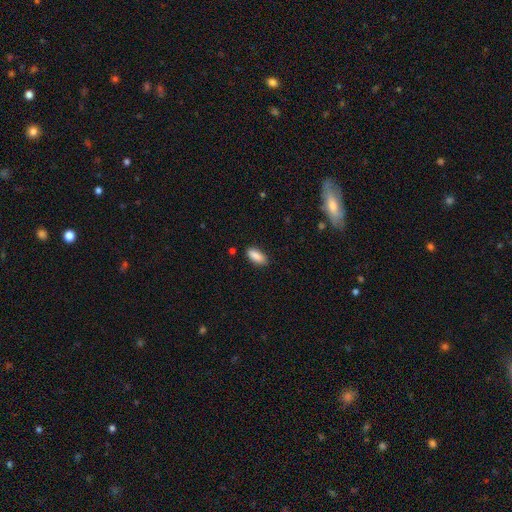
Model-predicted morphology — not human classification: smooth-or-featured: smooth: 89% | star or artifact: 7% | featured or disk: 4%
  how-rounded: in between: 83% | cigar-shaped: 15% | round: 2%
  merging: none: 85% | minor disturbance: 12% | major disturbance: 2% | merger: 1%